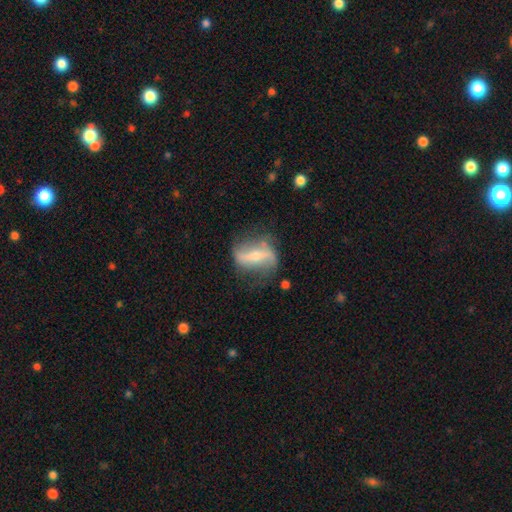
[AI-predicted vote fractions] smooth-or-featured: featured or disk: 75% | smooth: 18% | star or artifact: 7%
  disk-edge-on: no: 81% | yes: 19%
    bar: strong: 66% | weak: 20% | no: 14%
    has-spiral-arms: yes: 73% | no: 27%
    bulge-size: small: 54% | moderate: 38% | none: 4% | large: 3% | dominant: 1%
  merging: none: 64% | minor disturbance: 20% | major disturbance: 13% | merger: 3%